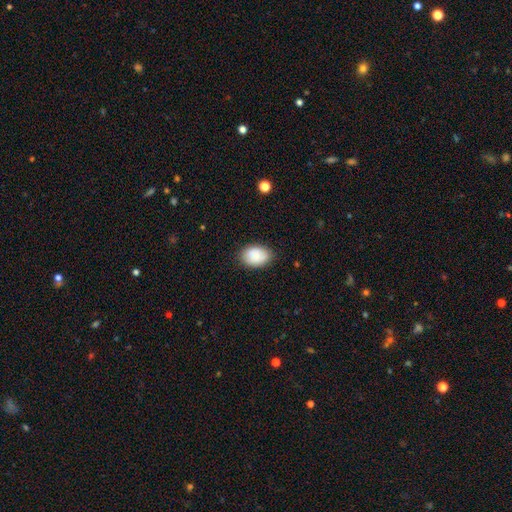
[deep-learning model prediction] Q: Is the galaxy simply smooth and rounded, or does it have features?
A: smooth — 84%.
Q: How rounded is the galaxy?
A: in between — 83%.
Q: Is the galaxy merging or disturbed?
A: none — 83%.